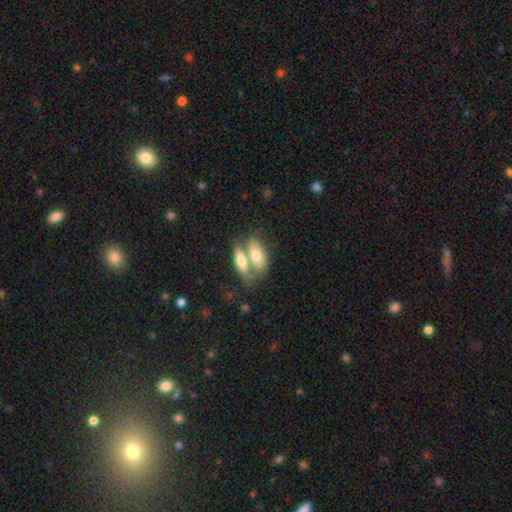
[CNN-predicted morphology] smooth_or_featured: smooth (p=0.64) [alt: featured or disk p=0.30]
how_rounded: in between (p=0.81) [alt: cigar-shaped p=0.14]
merging: merger (p=0.63) [alt: none p=0.25]